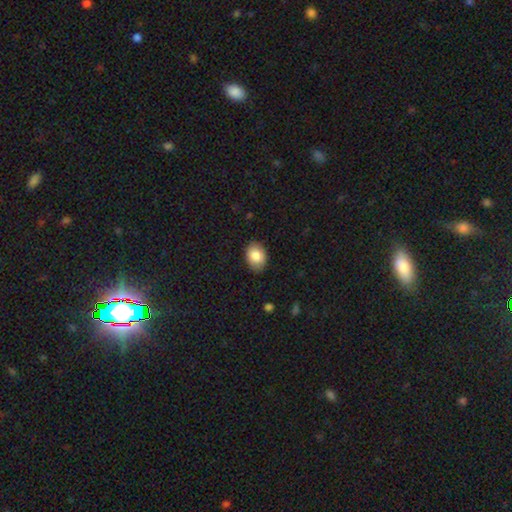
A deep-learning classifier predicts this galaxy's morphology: type=smooth (86%); roundness=in between (74%); merging=none (85%).